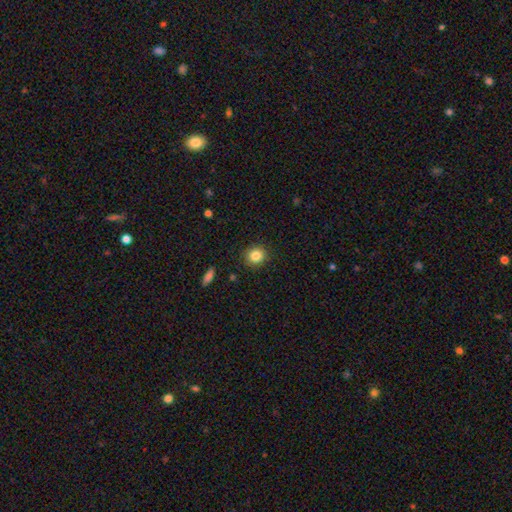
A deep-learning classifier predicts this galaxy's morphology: Q: Smooth or featured?
A: smooth (84%); runner-up: star or artifact (10%)
Q: How rounded?
A: round (88%); runner-up: in between (11%)
Q: Merging?
A: none (90%); runner-up: minor disturbance (6%)